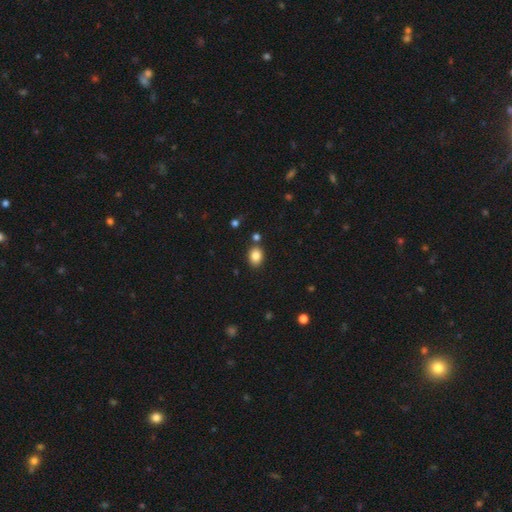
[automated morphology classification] This is clearly a smooth galaxy (84%). How rounded: possibly in between (59%). Merging: clearly none (82%).